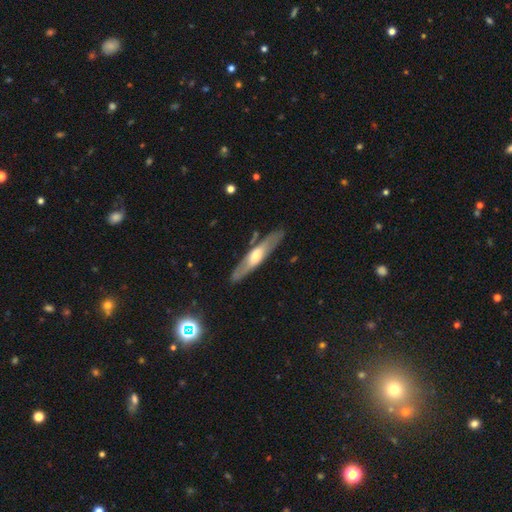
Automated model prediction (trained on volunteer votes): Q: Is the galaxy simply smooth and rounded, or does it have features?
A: featured or disk — 57%.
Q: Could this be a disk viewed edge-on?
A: yes — 76%.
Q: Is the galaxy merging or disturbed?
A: none — 83%.